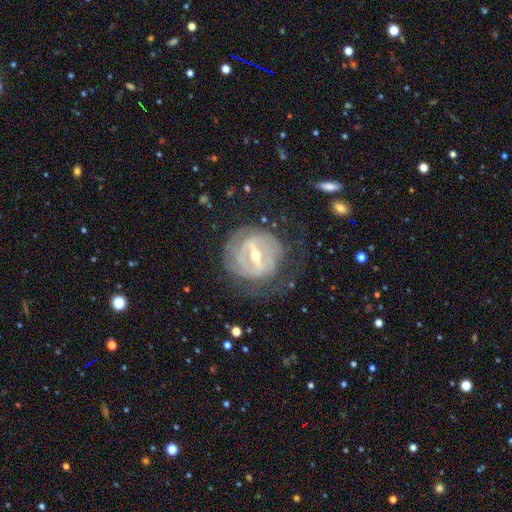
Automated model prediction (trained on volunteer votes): featured or disk 85%, smooth 9%, star or artifact 5%. Down the decision tree: edge-on disk — no (91%); bar — strong (65%); spiral arms — yes (75%); spiral arm count — can't tell (47%); spiral winding — tight (68%); bulge size — moderate (57%); merging — none (66%).